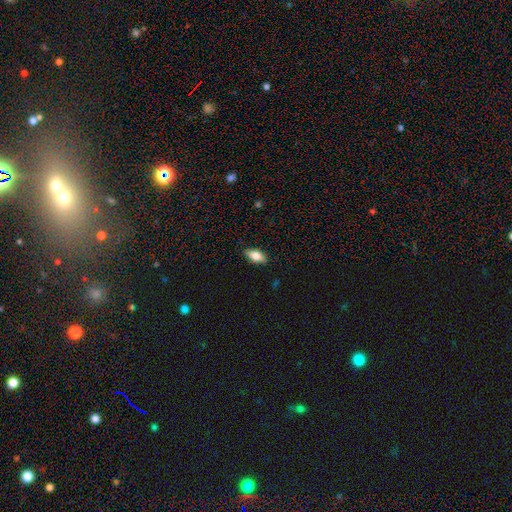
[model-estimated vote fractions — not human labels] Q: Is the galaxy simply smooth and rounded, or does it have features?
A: smooth — 74%.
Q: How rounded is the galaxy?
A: in between — 86%.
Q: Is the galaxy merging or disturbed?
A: none — 86%.